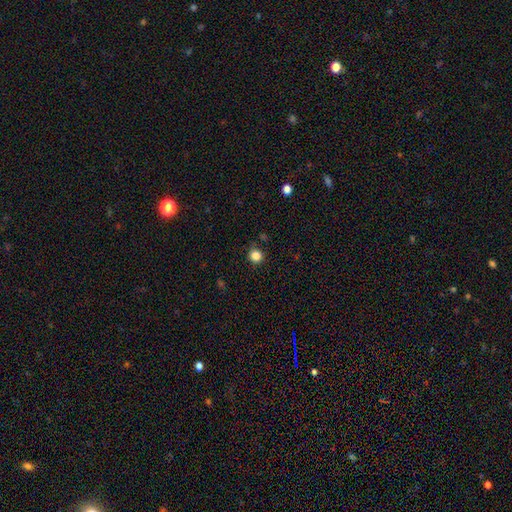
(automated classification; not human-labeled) The model was most divided on "smooth or featured": smooth: 84%, star or artifact: 12%, featured or disk: 4%. More confident: how rounded — round (93%); merging — none (85%).